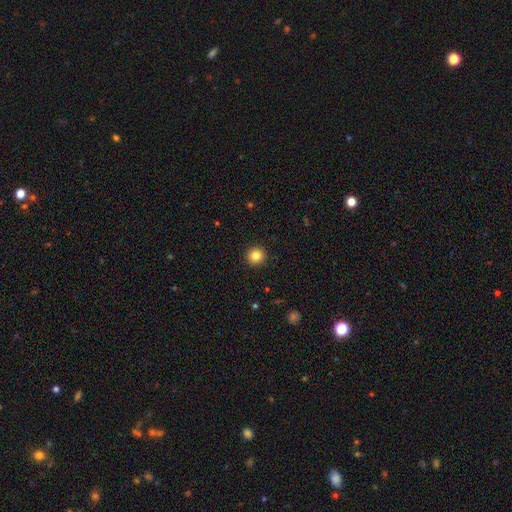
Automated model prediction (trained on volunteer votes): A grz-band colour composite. It shows a smooth galaxy with no disk features (84%) that is round (95%). Merging: none (93%).